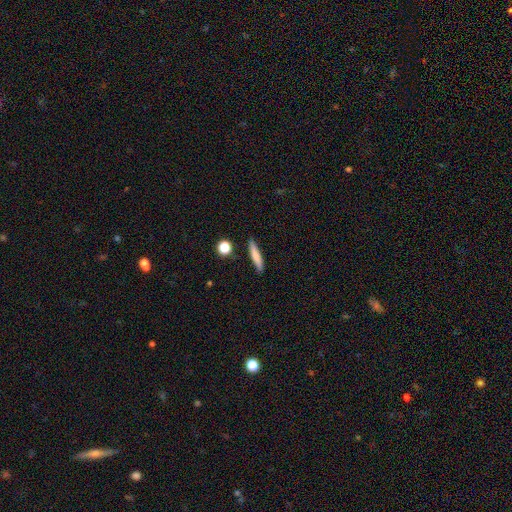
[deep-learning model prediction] A smooth galaxy with no disk features (72%) that is cigar-shaped (90%). Merging: none (86%).